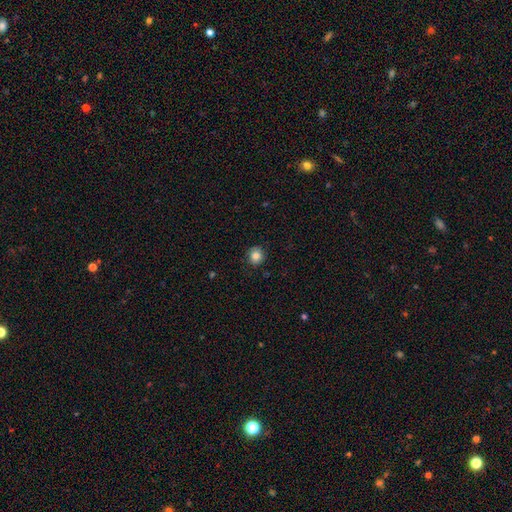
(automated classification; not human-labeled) Q: Smooth or featured?
A: smooth (84%); runner-up: star or artifact (10%)
Q: How rounded?
A: round (88%); runner-up: in between (11%)
Q: Merging?
A: none (87%); runner-up: minor disturbance (10%)